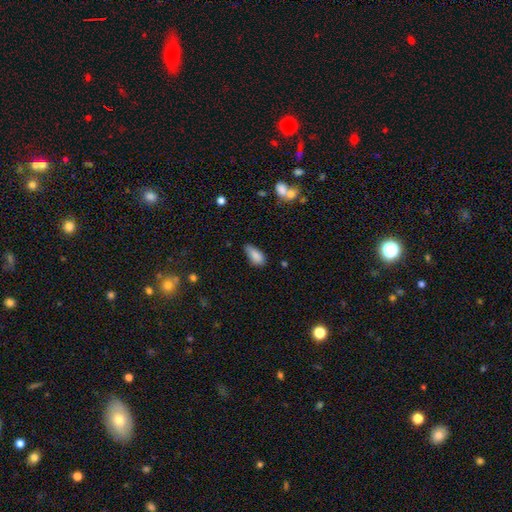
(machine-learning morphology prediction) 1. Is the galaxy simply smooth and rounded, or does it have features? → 86% smooth, 8% star or artifact, 7% featured or disk.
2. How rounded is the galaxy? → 88% in between, 9% cigar-shaped, 3% round.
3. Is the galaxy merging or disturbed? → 57% none, 34% minor disturbance, 7% major disturbance, 3% merger.